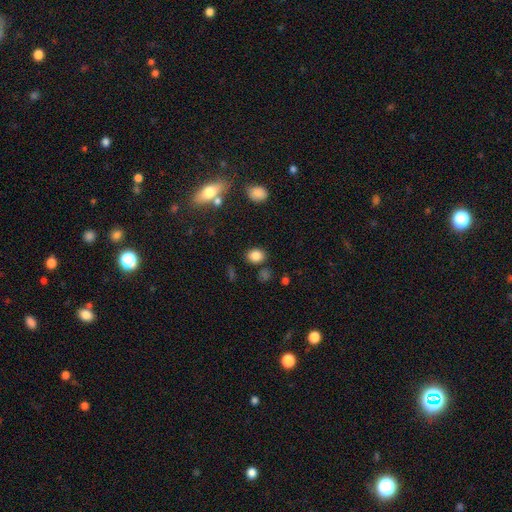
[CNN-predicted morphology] Smooth or featured? smooth (84%)
How rounded? round (55%)
Merging? none (83%)